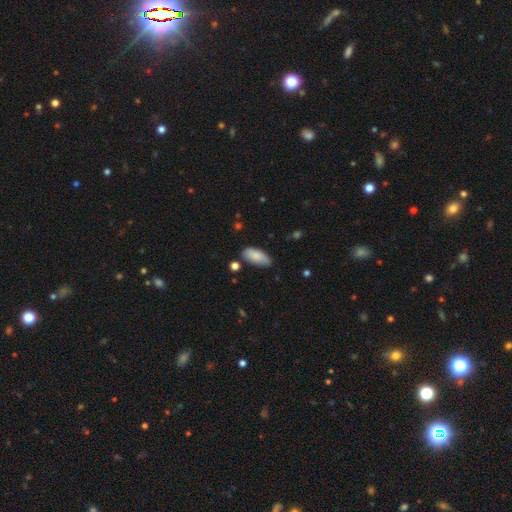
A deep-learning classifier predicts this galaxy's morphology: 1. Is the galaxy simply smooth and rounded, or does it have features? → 86% smooth, 7% featured or disk, 6% star or artifact.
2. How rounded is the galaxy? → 88% in between, 10% cigar-shaped, 2% round.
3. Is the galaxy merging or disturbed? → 75% none, 19% minor disturbance, 3% major disturbance, 3% merger.